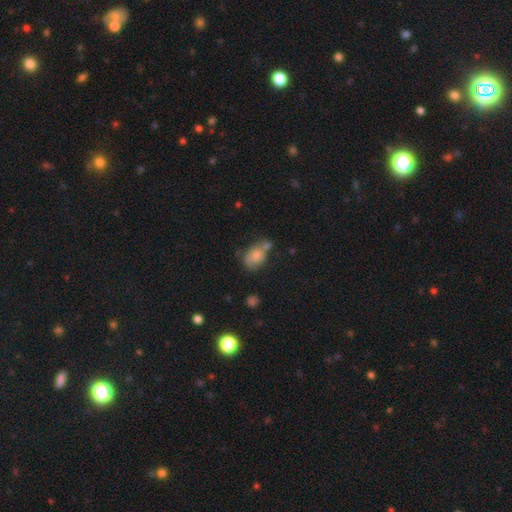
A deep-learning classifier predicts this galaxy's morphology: Smooth or featured?
  - smooth: 72% *
  - featured or disk: 18%
  - star or artifact: 10%
How rounded?
  - in between: 72% *
  - round: 27%
  - cigar-shaped: 2%
Merging?
  - none: 37% *
  - merger: 32%
  - minor disturbance: 22%
  - major disturbance: 9%